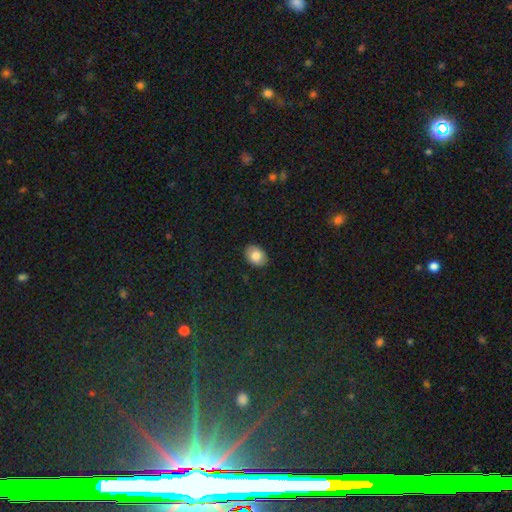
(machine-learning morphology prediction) Smooth or featured? Predicted: smooth (p=0.81). How rounded? Predicted: in between (p=0.71). Merging? Predicted: none (p=0.88).